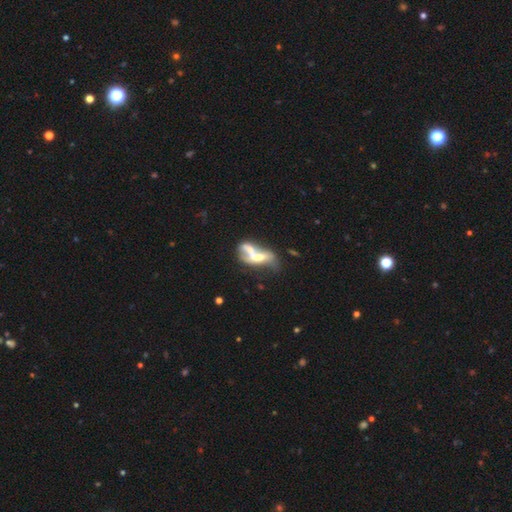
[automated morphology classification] A featured or disk galaxy (56%).

Vote fractions:
- Smooth or featured? featured or disk: 56% / smooth: 34% / star or artifact: 10%
- Edge-on disk? no: 89% / yes: 11%
- Merging? merger: 56% / major disturbance: 19% / none: 16% / minor disturbance: 9%